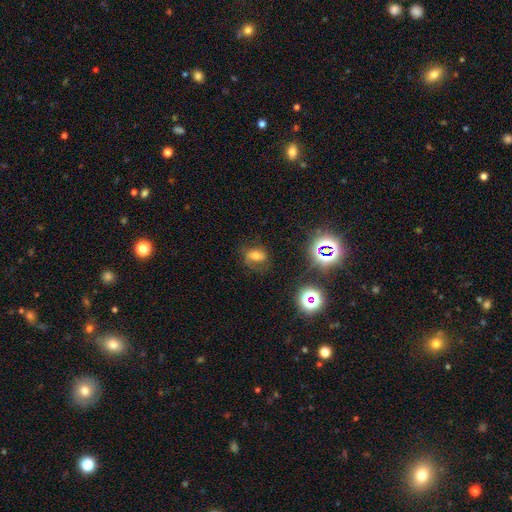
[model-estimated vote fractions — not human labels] Smooth or featured: smooth — 44% (featured or disk — 34%)
Merging: none — 60% (minor disturbance — 22%)